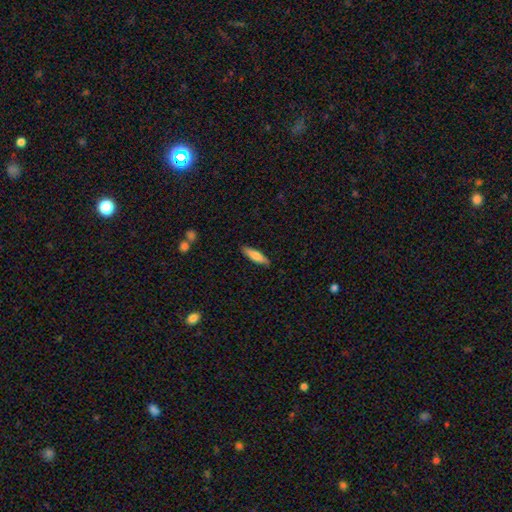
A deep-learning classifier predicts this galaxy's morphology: smooth-or-featured: smooth: 70% | featured or disk: 24% | star or artifact: 6%
  how-rounded: cigar-shaped: 70% | in between: 28% | round: 2%
  merging: none: 88% | minor disturbance: 9% | major disturbance: 2% | merger: 1%